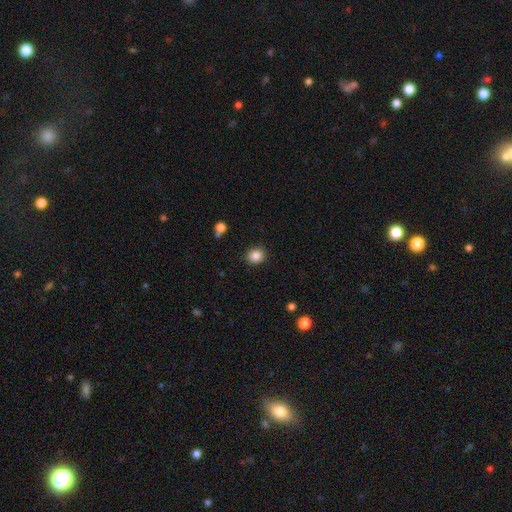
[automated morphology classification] Smooth or featured: smooth — 86% (star or artifact — 10%)
How rounded: round — 79% (in between — 20%)
Merging: none — 86% (minor disturbance — 10%)